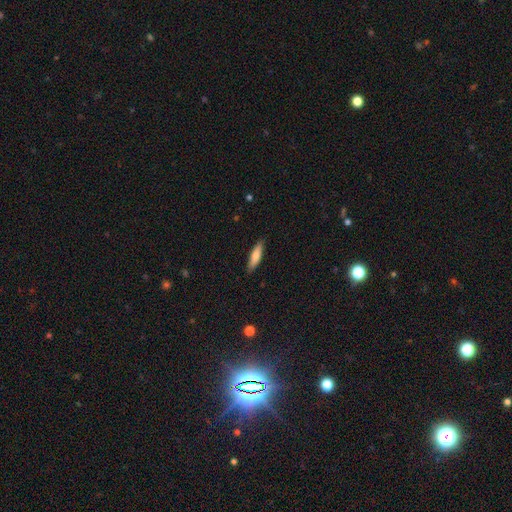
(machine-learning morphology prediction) Overall: smooth (72%). How rounded: cigar-shaped (72%). Merging: none (87%).